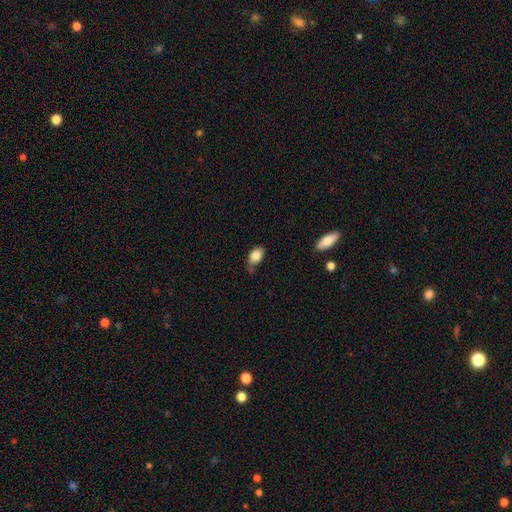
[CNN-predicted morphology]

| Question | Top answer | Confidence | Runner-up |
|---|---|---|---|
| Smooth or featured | smooth | 84% | featured or disk (8%) |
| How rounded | in between | 88% | round (10%) |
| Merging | none | 55% | minor disturbance (31%) |